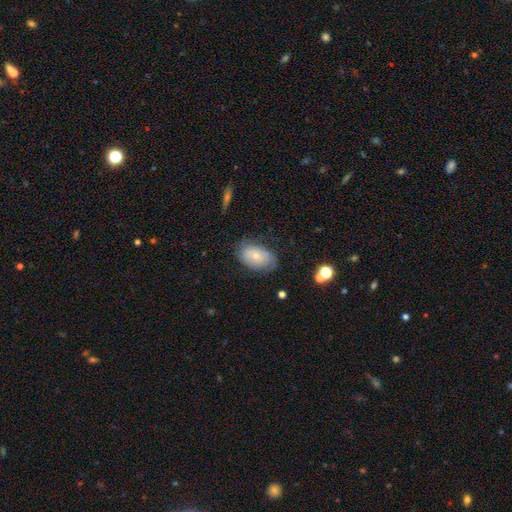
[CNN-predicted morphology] smooth_or_featured: smooth (p=0.64) [alt: featured or disk p=0.28]
how_rounded: in between (p=0.87) [alt: round p=0.11]
merging: none (p=0.68) [alt: minor disturbance p=0.23]